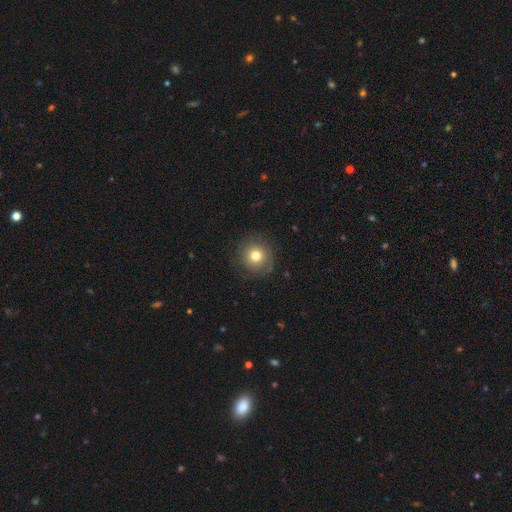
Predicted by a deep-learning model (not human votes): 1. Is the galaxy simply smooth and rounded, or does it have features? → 76% smooth, 12% featured or disk, 12% star or artifact.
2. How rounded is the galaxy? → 93% round, 6% in between, 1% cigar-shaped.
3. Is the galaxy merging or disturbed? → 85% none, 10% minor disturbance, 4% major disturbance, 1% merger.